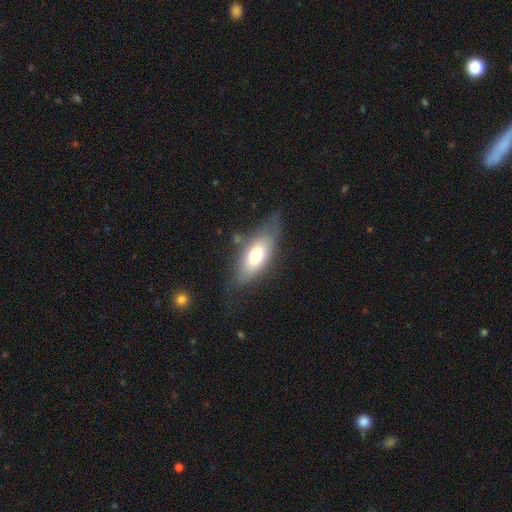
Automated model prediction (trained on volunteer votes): A smooth galaxy with no disk features (68%) that is in between round and cigar-shaped (79%). Merging: none (62%).